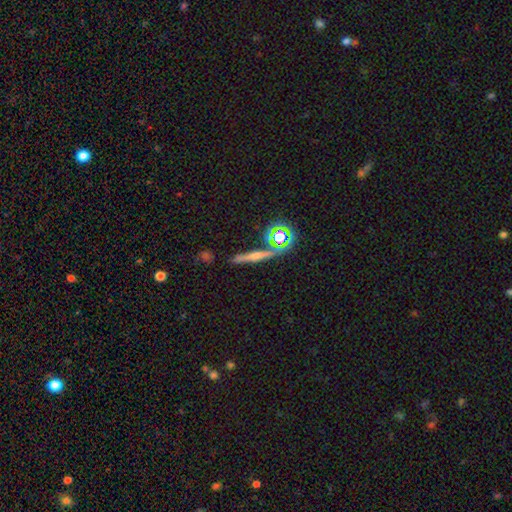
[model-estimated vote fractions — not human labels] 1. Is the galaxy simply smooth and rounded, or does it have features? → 45% smooth, 35% featured or disk, 20% star or artifact.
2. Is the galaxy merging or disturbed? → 79% none, 11% minor disturbance, 6% merger, 4% major disturbance.